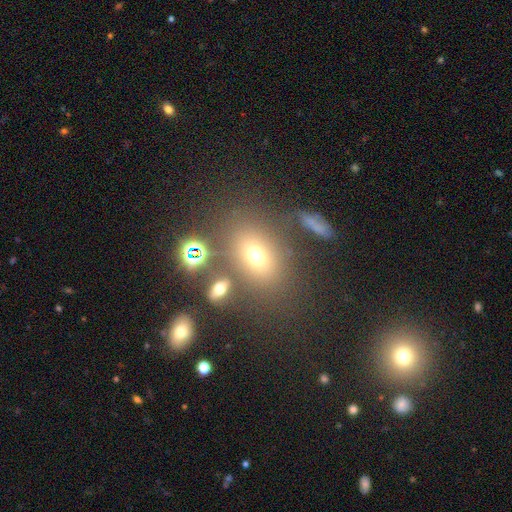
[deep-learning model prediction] The model was most divided on "smooth or featured": smooth: 64%, star or artifact: 20%, featured or disk: 16%. More confident: how rounded — in between (71%); merging — none (70%).